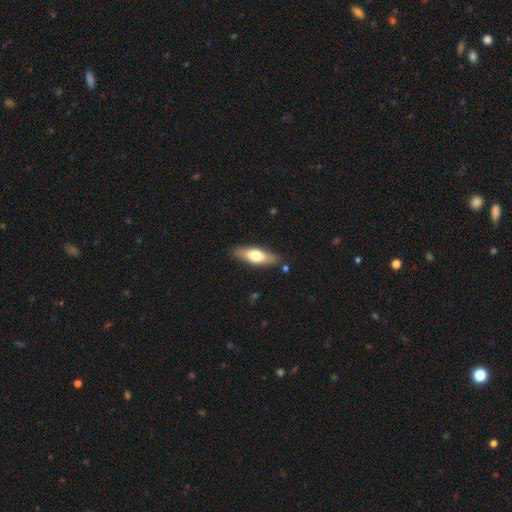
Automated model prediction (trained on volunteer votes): A smooth galaxy with no disk features (60%) that is in between round and cigar-shaped (53%).

Vote fractions:
- Smooth or featured? smooth: 60% / featured or disk: 34% / star or artifact: 6%
- How rounded? in between: 53% / cigar-shaped: 45% / round: 2%
- Merging? none: 85% / minor disturbance: 10% / merger: 2% / major disturbance: 2%